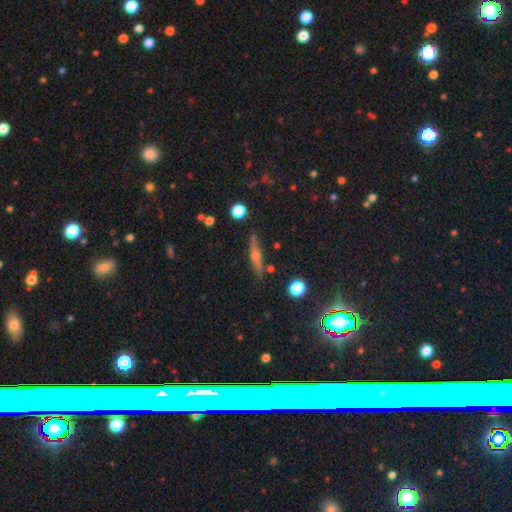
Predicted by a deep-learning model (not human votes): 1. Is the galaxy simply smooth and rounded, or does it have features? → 59% featured or disk, 29% smooth, 11% star or artifact.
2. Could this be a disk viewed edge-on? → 94% yes, 6% no.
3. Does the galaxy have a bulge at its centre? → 85% rounded, 9% none, 6% boxy.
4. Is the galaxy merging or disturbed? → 83% none, 11% minor disturbance, 3% merger, 3% major disturbance.